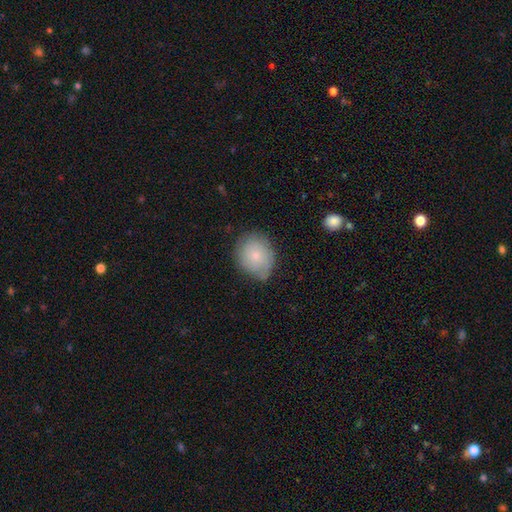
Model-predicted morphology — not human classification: smooth 72%, featured or disk 20%, star or artifact 8%. Down the decision tree: how rounded — round (63%); merging — none (64%).